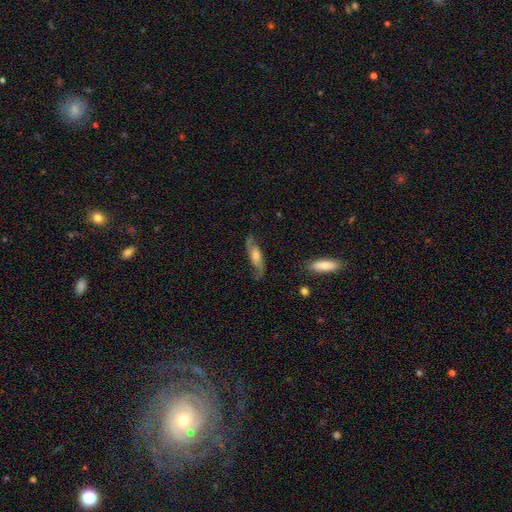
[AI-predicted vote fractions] This is likely a featured or disk galaxy (72%). It is likely not viewed edge-on (76%). Bar: possibly no (55%). Spiral arm pattern: clearly yes (91%). Central bulge: possibly moderate (54%). Merging: likely none (73%).